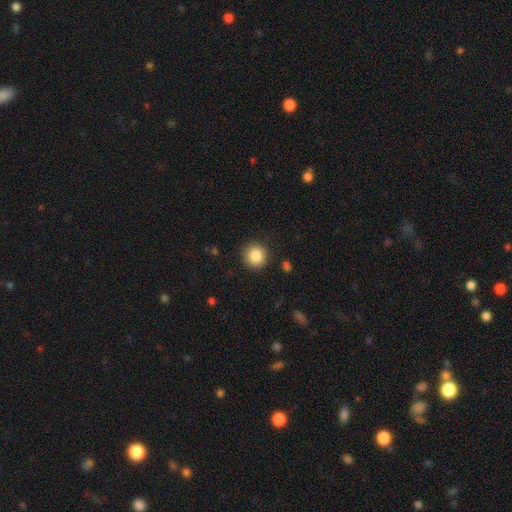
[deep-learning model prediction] smooth-or-featured: smooth: 86% | star or artifact: 9% | featured or disk: 5%
  how-rounded: round: 92% | in between: 7% | cigar-shaped: 1%
  merging: none: 90% | minor disturbance: 7% | major disturbance: 2% | merger: 1%